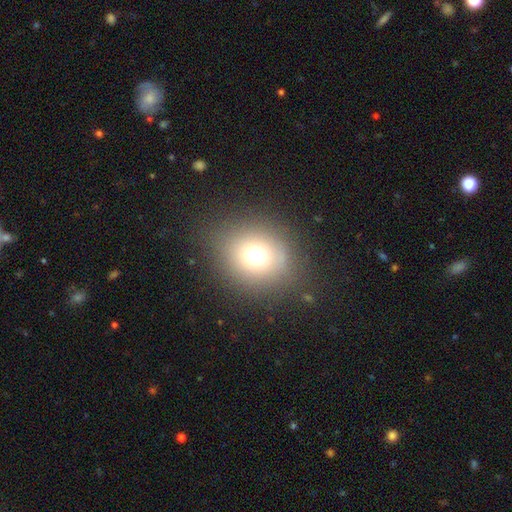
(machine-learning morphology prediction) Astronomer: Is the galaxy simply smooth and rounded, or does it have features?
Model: smooth — 66%.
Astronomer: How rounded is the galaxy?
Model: round — 78%.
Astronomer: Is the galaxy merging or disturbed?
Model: none — 84%.